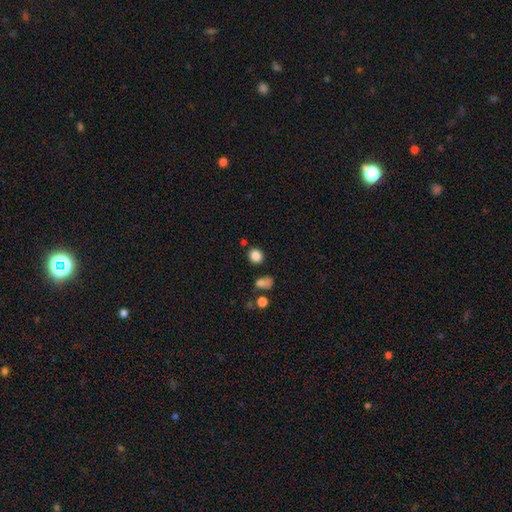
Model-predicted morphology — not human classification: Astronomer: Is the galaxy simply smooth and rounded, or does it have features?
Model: smooth — 84%.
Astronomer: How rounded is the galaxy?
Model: round — 70%.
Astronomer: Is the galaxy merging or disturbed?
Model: none — 80%.